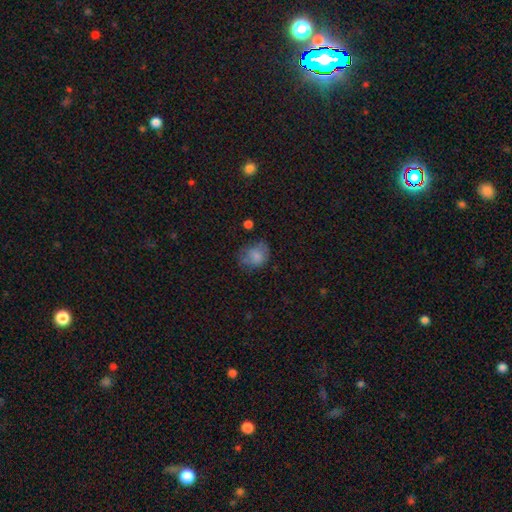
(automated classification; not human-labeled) smooth-or-featured: smooth: 72% | featured or disk: 17% | star or artifact: 11%
  how-rounded: round: 53% | in between: 46% | cigar-shaped: 1%
  merging: none: 51% | minor disturbance: 29% | major disturbance: 17% | merger: 3%